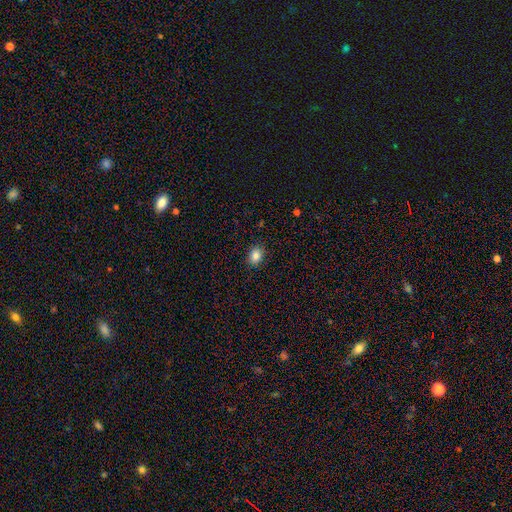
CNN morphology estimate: Q: Smooth or featured?
A: smooth (85%); runner-up: star or artifact (10%)
Q: How rounded?
A: in between (55%); runner-up: round (44%)
Q: Merging?
A: none (88%); runner-up: minor disturbance (9%)